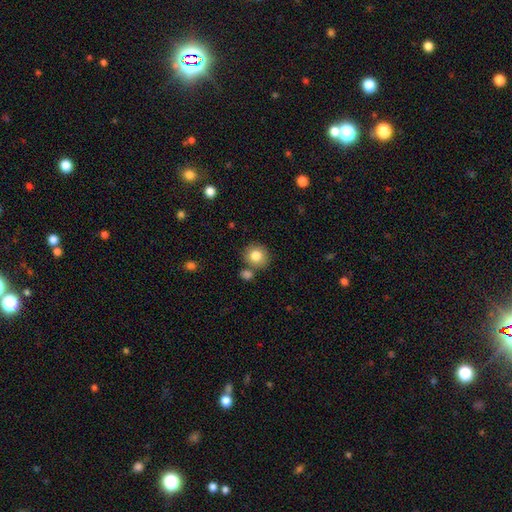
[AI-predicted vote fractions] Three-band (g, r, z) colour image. It shows a smooth galaxy with no disk features (82%) that is round (87%). Merging: none (74%).